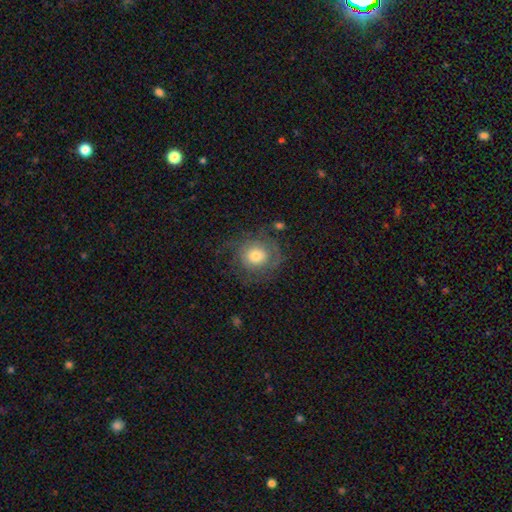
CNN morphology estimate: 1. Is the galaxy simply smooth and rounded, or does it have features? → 46% smooth, 45% featured or disk, 9% star or artifact.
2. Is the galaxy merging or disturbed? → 60% none, 20% minor disturbance, 18% major disturbance, 2% merger.